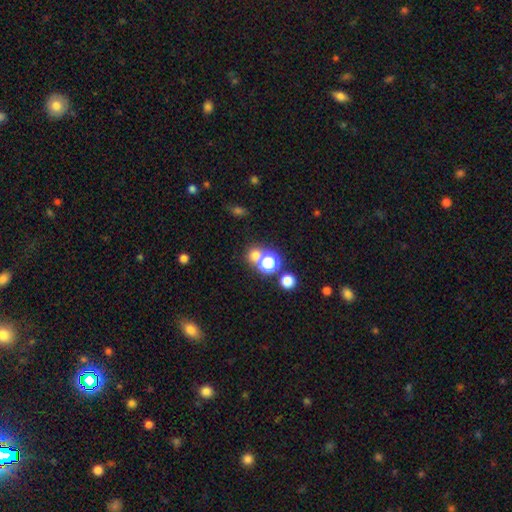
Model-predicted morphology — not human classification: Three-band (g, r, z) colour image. It shows a smooth galaxy with no disk features (66%) that is round (84%). Merging: none (59%).